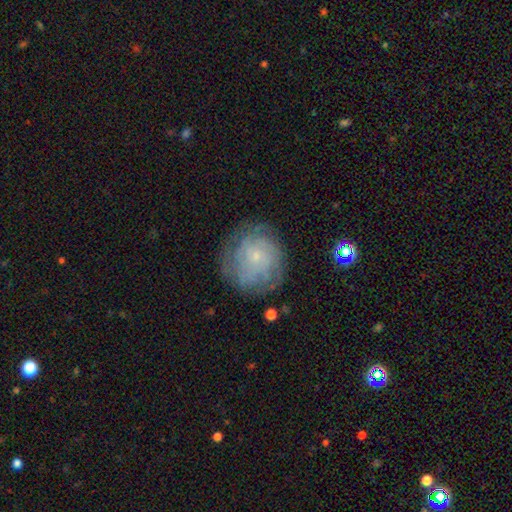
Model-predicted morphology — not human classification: type=featured or disk (57%); edge-on=no (97%); bar=no (82%); spiral arms=yes (79%); bulge=small (80%); merging=none (74%).